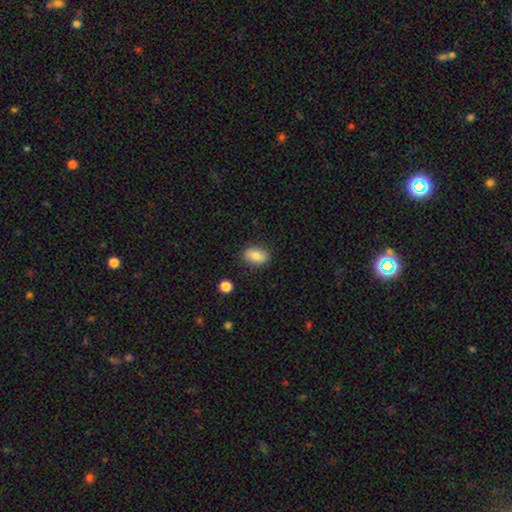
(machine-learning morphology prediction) Smooth or featured: smooth — 80% (featured or disk — 12%)
How rounded: in between — 79% (round — 19%)
Merging: none — 84% (minor disturbance — 11%)